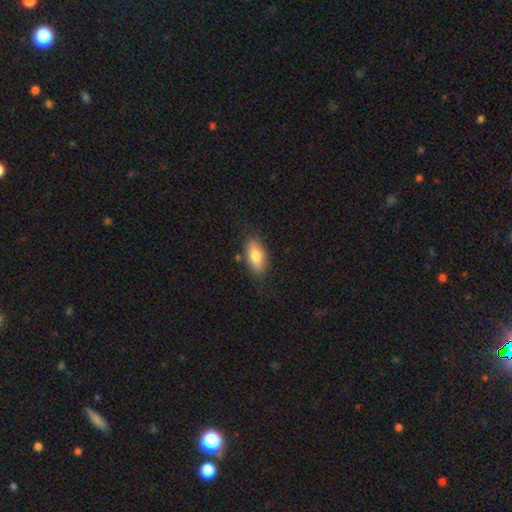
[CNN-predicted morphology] A smooth galaxy with no disk features (79%) that is in between round and cigar-shaped (87%). Merging: none (81%).